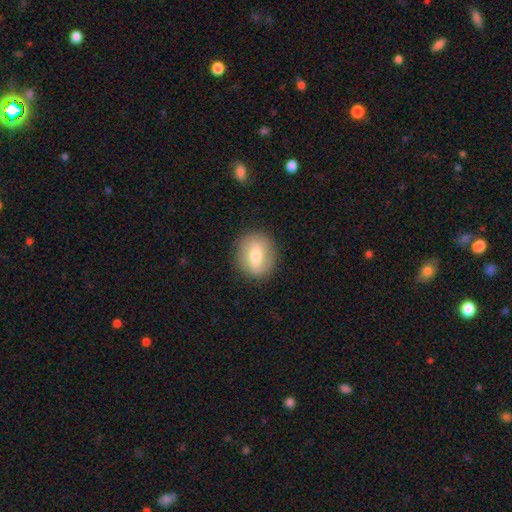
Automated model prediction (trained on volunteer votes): The model was most divided on "smooth or featured": smooth: 62%, featured or disk: 30%, star or artifact: 8%. More confident: merging — none (87%); how rounded — round (67%).